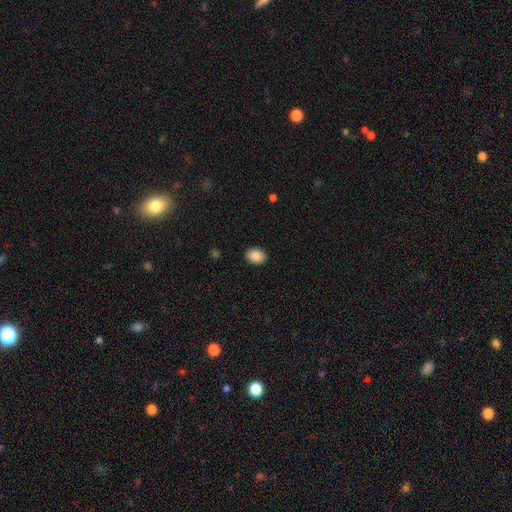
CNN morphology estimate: Q: Smooth or featured?
A: smooth (89%); runner-up: star or artifact (8%)
Q: How rounded?
A: in between (68%); runner-up: round (31%)
Q: Merging?
A: none (90%); runner-up: minor disturbance (7%)